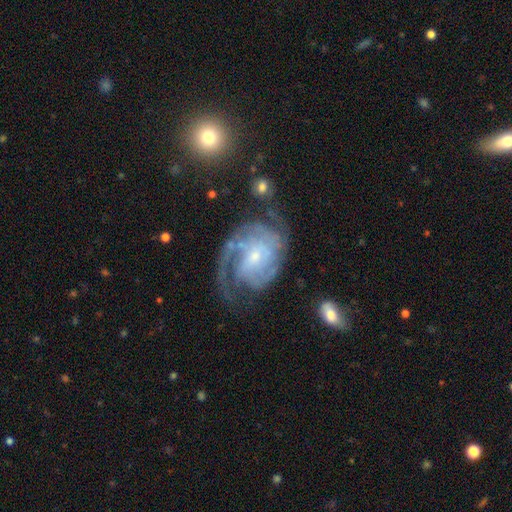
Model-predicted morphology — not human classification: smooth-or-featured: featured or disk: 86% | smooth: 8% | star or artifact: 5%
  disk-edge-on: no: 98% | yes: 2%
    bar: no: 50% | weak: 41% | strong: 9%
    has-spiral-arms: yes: 95% | no: 5%
      spiral-winding: tight: 52% | medium: 36% | loose: 12%
      spiral-arm-count: 2: 31% | can't tell: 28% | 3: 17% | 1: 11% | 4: 6% | more than 4: 5%
    bulge-size: small: 66% | moderate: 25% | none: 5% | large: 3% | dominant: 1%
  merging: none: 53% | major disturbance: 23% | minor disturbance: 20% | merger: 4%